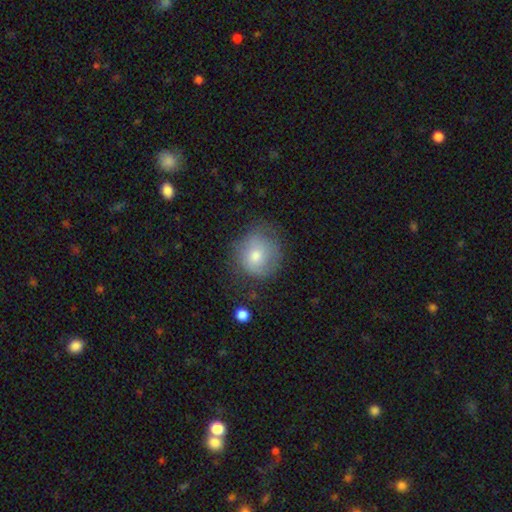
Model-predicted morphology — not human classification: type=smooth (70%); roundness=round (84%); merging=none (61%).